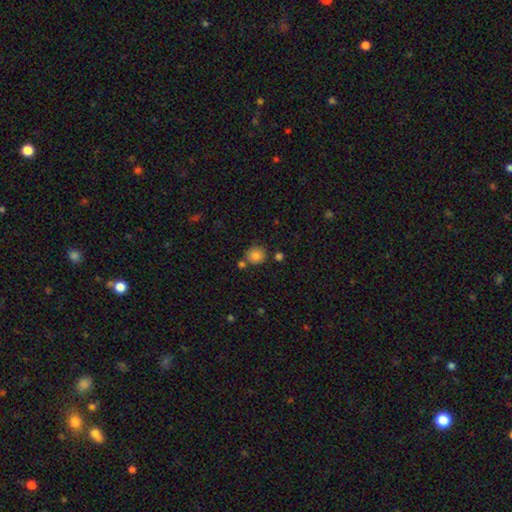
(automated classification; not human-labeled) smooth_or_featured: smooth (p=0.84) [alt: star or artifact p=0.10]
how_rounded: round (p=0.85) [alt: in between p=0.14]
merging: none (p=0.73) [alt: merger p=0.12]